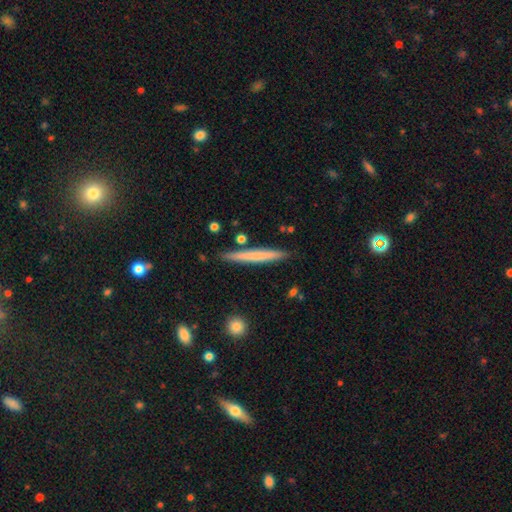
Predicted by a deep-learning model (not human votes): Smooth or featured: smooth — 58% (featured or disk — 37%)
How rounded: cigar-shaped — 97% (in between — 2%)
Merging: none — 88% (minor disturbance — 8%)